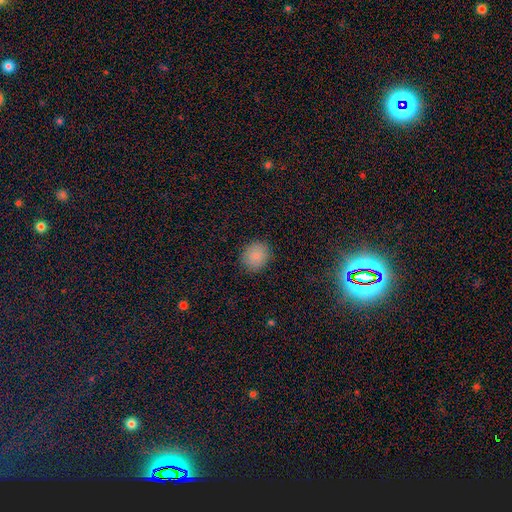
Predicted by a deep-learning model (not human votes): A smooth galaxy with no disk features (86%) that is round (75%). Merging: none (88%).